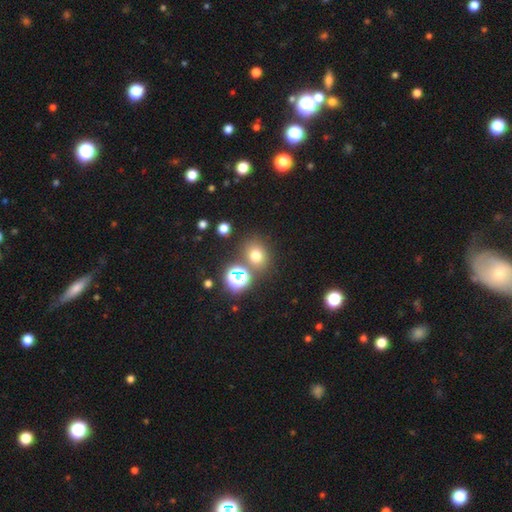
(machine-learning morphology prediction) Q: Smooth or featured?
A: smooth (68%); runner-up: star or artifact (24%)
Q: How rounded?
A: round (69%); runner-up: in between (30%)
Q: Merging?
A: none (74%); runner-up: merger (13%)